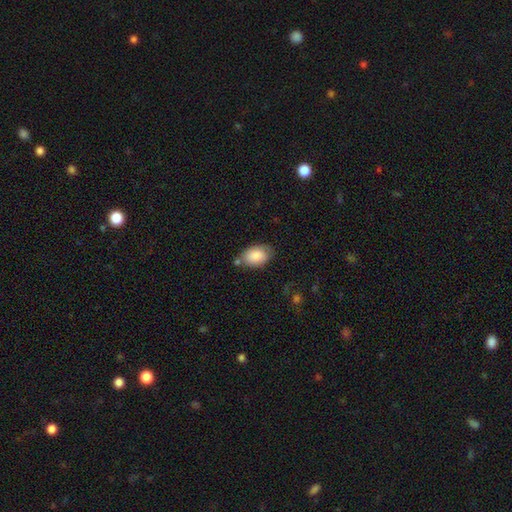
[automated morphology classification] A smooth galaxy with no disk features (84%) that is in between round and cigar-shaped (89%).

Vote fractions:
- Smooth or featured? smooth: 84% / featured or disk: 9% / star or artifact: 6%
- How rounded? in between: 89% / round: 9% / cigar-shaped: 1%
- Merging? none: 63% / minor disturbance: 24% / merger: 8% / major disturbance: 5%